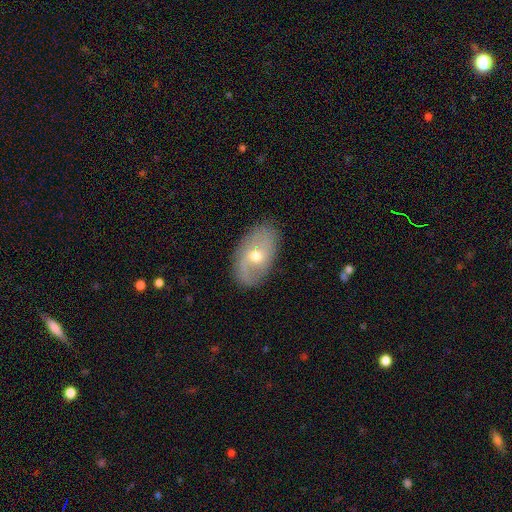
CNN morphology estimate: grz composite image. It shows a featured or disk galaxy (55%) with no bar (66%), spiral arms (62%) and a moderate central bulge (61%). Merging: none (79%).